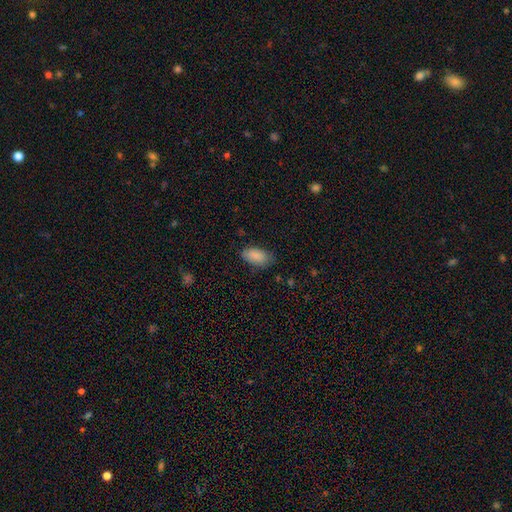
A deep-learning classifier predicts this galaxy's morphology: This is clearly a smooth galaxy (88%). How rounded: clearly in between (93%). Merging: likely none (76%).